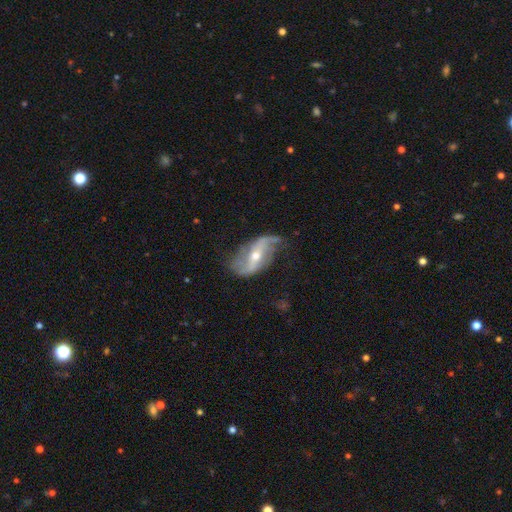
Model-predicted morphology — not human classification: Smooth or featured? Predicted: featured or disk (p=0.85). Edge-on disk? Predicted: no (p=0.94). Bar? Predicted: strong (p=0.41). Spiral arms? Predicted: yes (p=0.92). Spiral winding? Predicted: loose (p=0.79). Spiral arm count? Predicted: 2 (p=0.87). Bulge size? Predicted: moderate (p=0.51). Merging? Predicted: none (p=0.60).